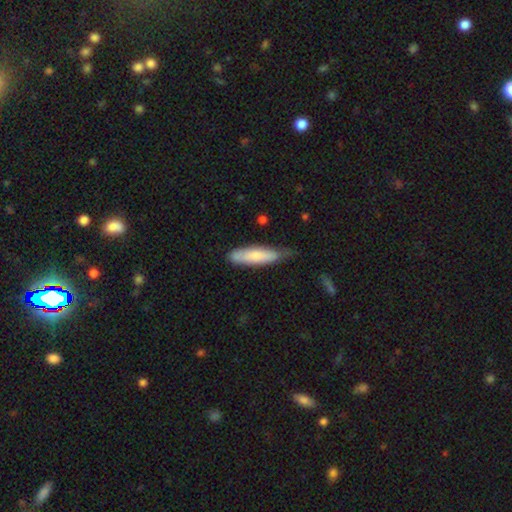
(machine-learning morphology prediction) This is likely a smooth galaxy (73%). How rounded: likely cigar-shaped (70%). Merging: possibly none (56%).